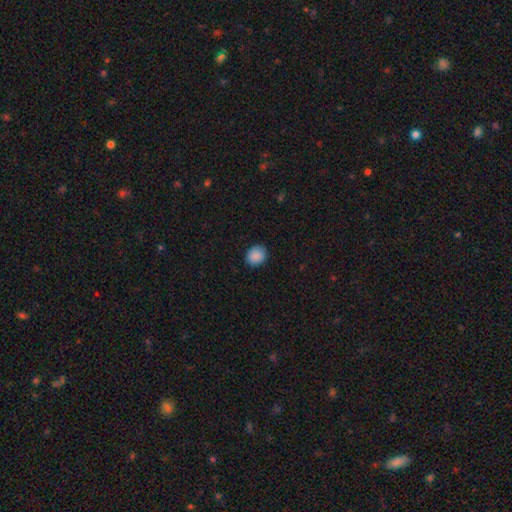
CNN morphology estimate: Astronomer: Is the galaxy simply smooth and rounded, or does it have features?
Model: smooth — 89%.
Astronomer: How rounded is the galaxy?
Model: round — 71%.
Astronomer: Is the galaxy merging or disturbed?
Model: none — 89%.